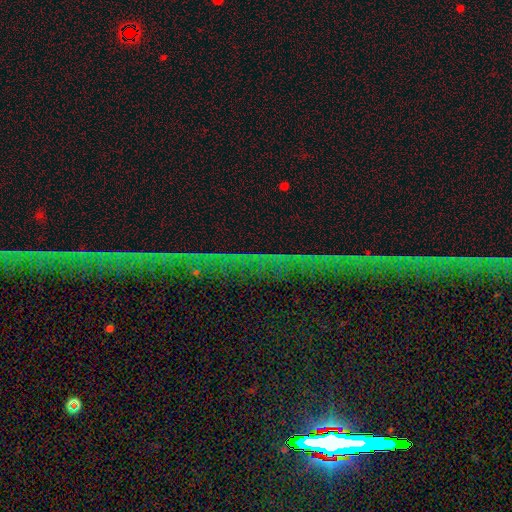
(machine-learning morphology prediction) smooth-or-featured: star or artifact: 79% | featured or disk: 12% | smooth: 9%